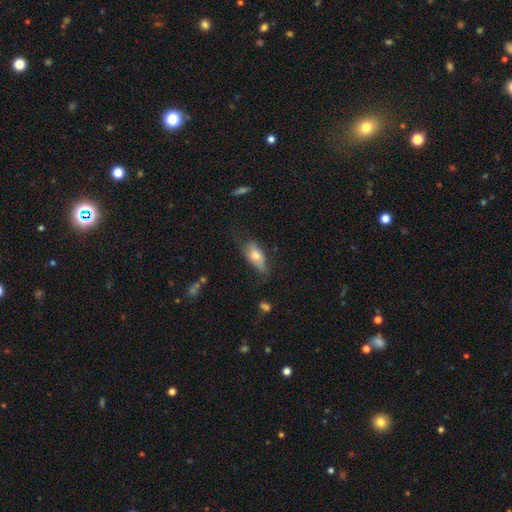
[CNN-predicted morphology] Smooth or featured? Predicted: smooth (p=0.67). How rounded? Predicted: in between (p=0.81). Merging? Predicted: none (p=0.53).